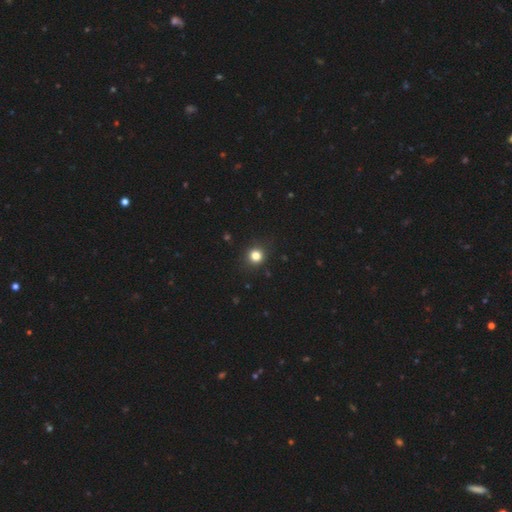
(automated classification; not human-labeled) smooth-or-featured: smooth: 82% | star or artifact: 13% | featured or disk: 5%
  how-rounded: round: 89% | in between: 11% | cigar-shaped: 1%
  merging: none: 90% | minor disturbance: 7% | major disturbance: 2% | merger: 1%